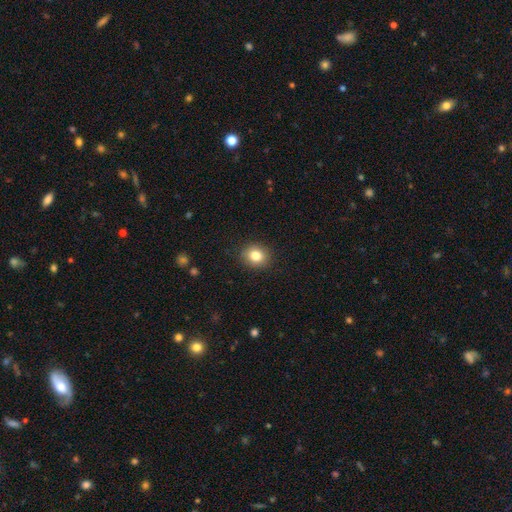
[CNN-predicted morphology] This appears to be a smooth galaxy with no disk features (82%) that is round (69%). Merging: none (89%).